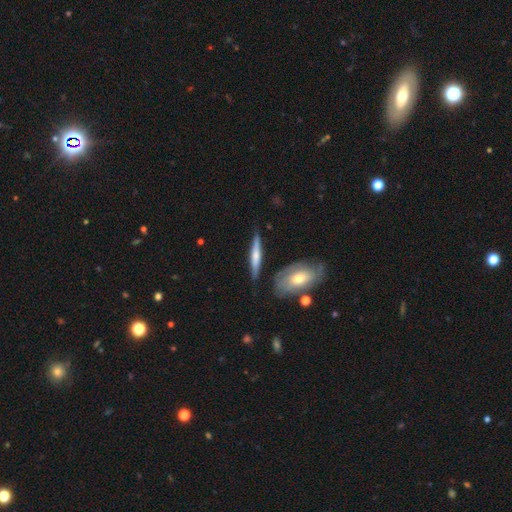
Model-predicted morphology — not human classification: smooth-or-featured: featured or disk: 48% | smooth: 46% | star or artifact: 6%
  merging: none: 80% | minor disturbance: 12% | merger: 4% | major disturbance: 3%